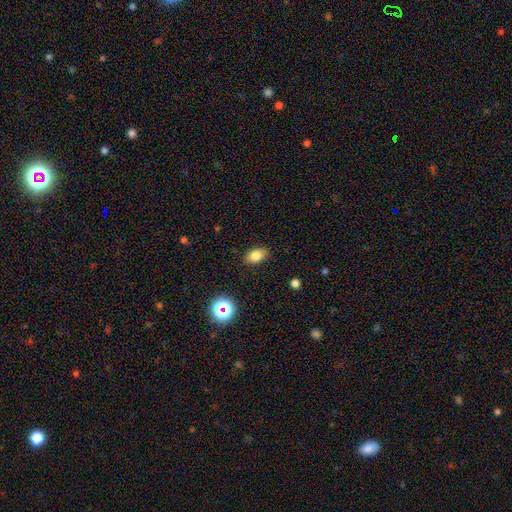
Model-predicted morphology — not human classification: Smooth or featured: smooth — 81% (star or artifact — 12%)
How rounded: in between — 86% (round — 13%)
Merging: none — 87% (minor disturbance — 9%)